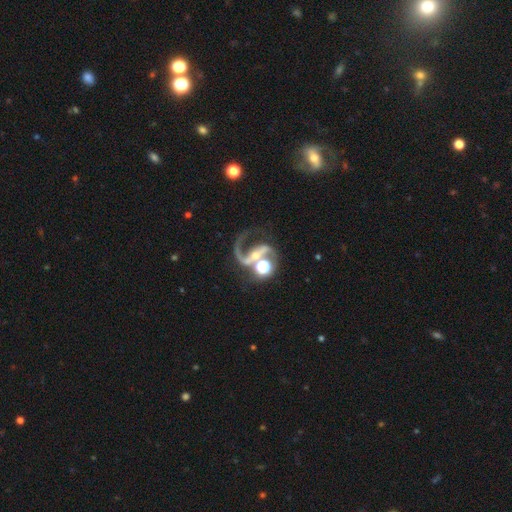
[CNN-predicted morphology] Smooth or featured: featured or disk — 79% (star or artifact — 11%)
Edge-on disk: no — 97% (yes — 3%)
Bar: no — 36% (strong — 33%)
Spiral arms: yes — 90% (no — 10%)
Spiral winding: loose — 49% (medium — 40%)
Spiral arm count: 2 — 57% (1 — 37%)
Bulge size: small — 41% (moderate — 40%)
Merging: merger — 33% (none — 32%)